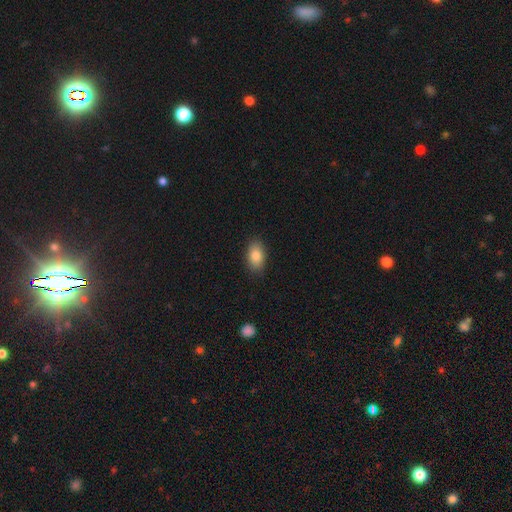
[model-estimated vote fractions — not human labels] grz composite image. It shows a smooth galaxy with no disk features (85%) that is in between round and cigar-shaped (90%). Merging: none (86%).